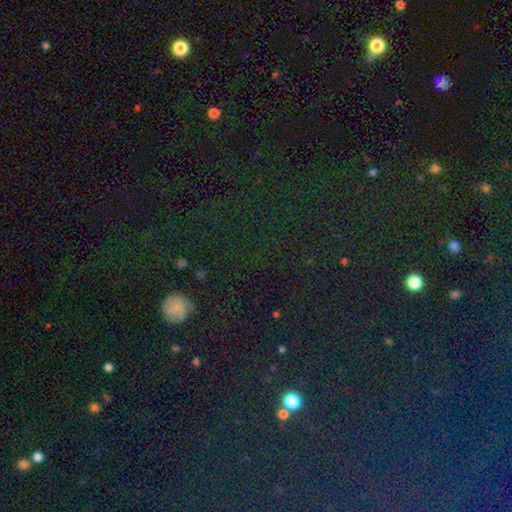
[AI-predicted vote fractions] This appears to be a star or artifact, not a galaxy (73%).